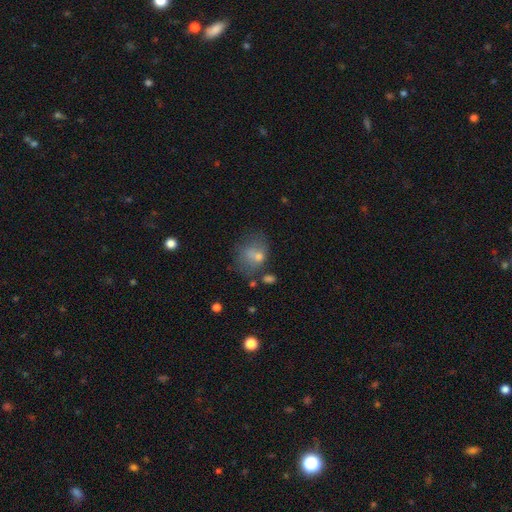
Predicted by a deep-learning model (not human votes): Q: Smooth or featured?
A: smooth (65%); runner-up: featured or disk (22%)
Q: How rounded?
A: in between (53%); runner-up: round (46%)
Q: Merging?
A: none (40%); runner-up: minor disturbance (26%)